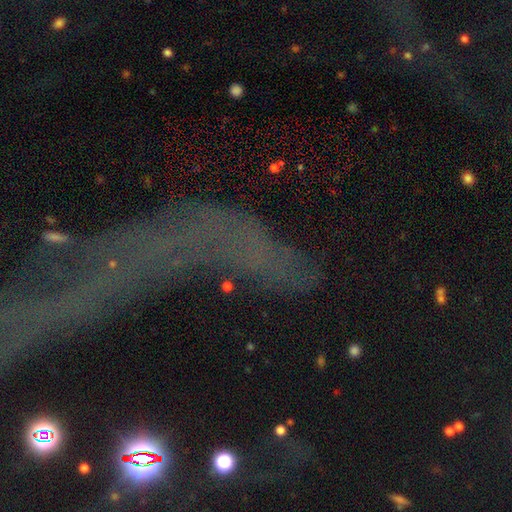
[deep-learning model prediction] Q: Smooth or featured?
A: star or artifact (49%); runner-up: featured or disk (27%)